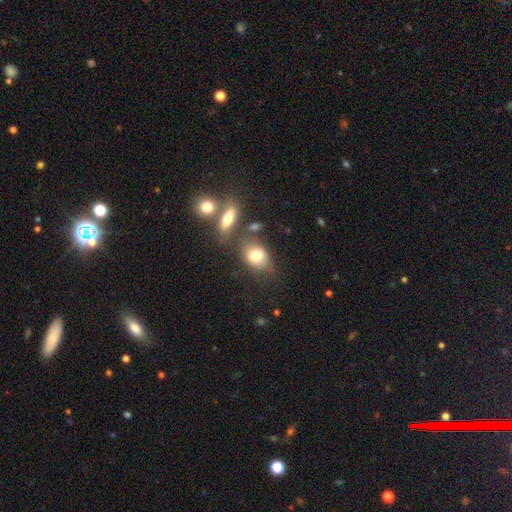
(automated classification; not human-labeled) Overall: smooth (76%). How rounded: in between (73%). Merging: none (56%; minor disturbance 18%).